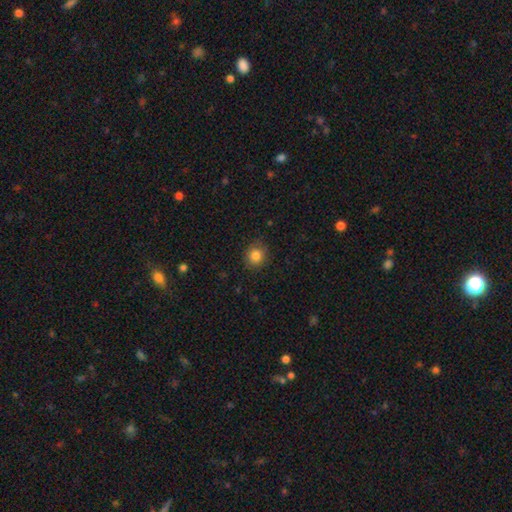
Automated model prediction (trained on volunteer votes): Morphology: type=smooth (84%); roundness=round (79%); merging=none (85%).